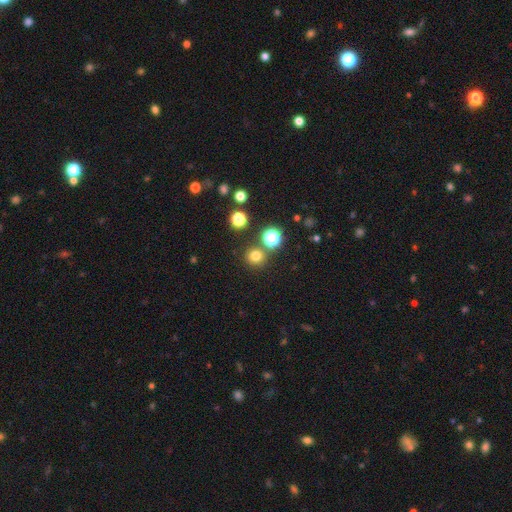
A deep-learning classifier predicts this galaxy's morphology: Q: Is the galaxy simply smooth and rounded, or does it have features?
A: smooth — 74%.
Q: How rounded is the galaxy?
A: round — 92%.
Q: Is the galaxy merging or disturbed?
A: none — 82%.